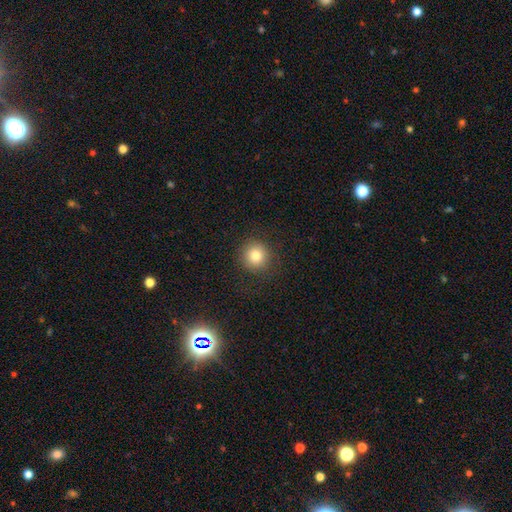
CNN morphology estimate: Overall: smooth (81%). How rounded: round (92%). Merging: none (88%).